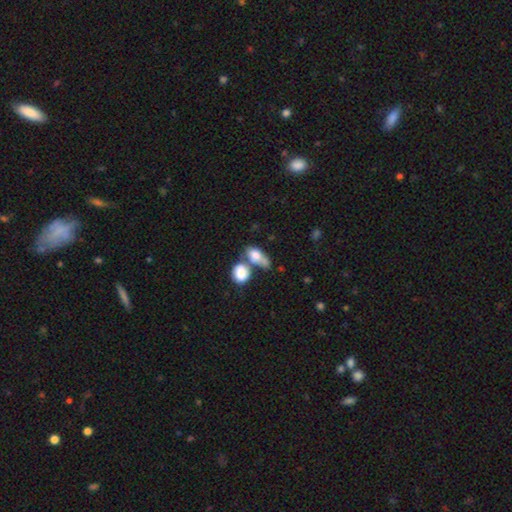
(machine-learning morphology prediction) This is likely a smooth galaxy (75%). How rounded: likely in between (72%). Merging: possibly merger (56%).